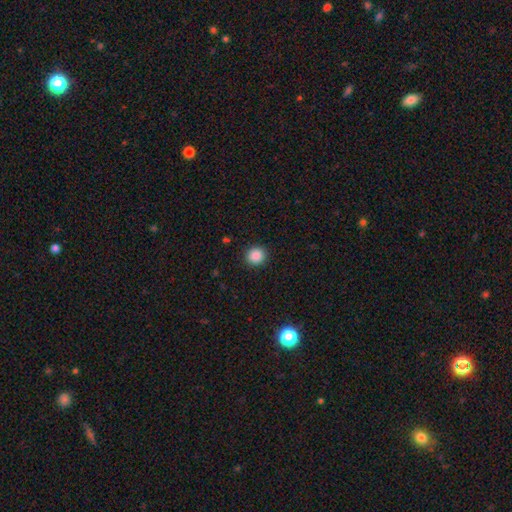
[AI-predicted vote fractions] This appears to be a smooth galaxy with no disk features (87%) that is round (91%). Merging: none (92%).